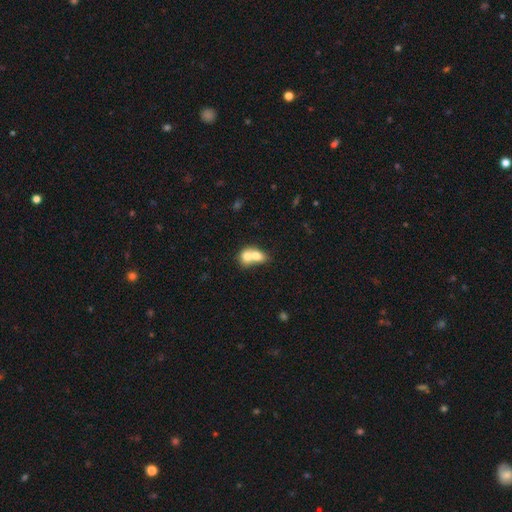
Overall: smooth (61%; featured or disk 37%). How rounded: in between (57%; round 43%). Merging: merger (78%).